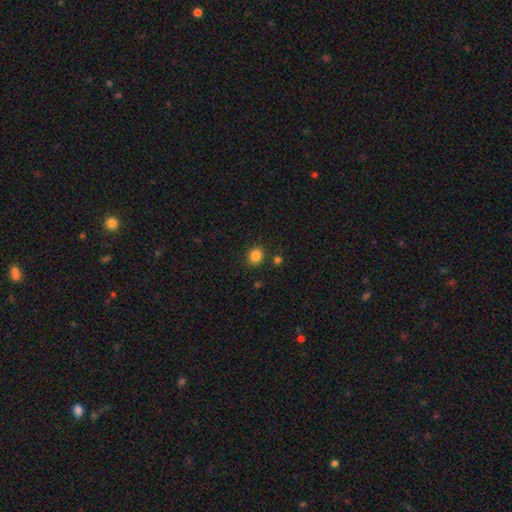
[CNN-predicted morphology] This appears to be a smooth galaxy with no disk features (85%) that is round (73%). Merging: none (86%).